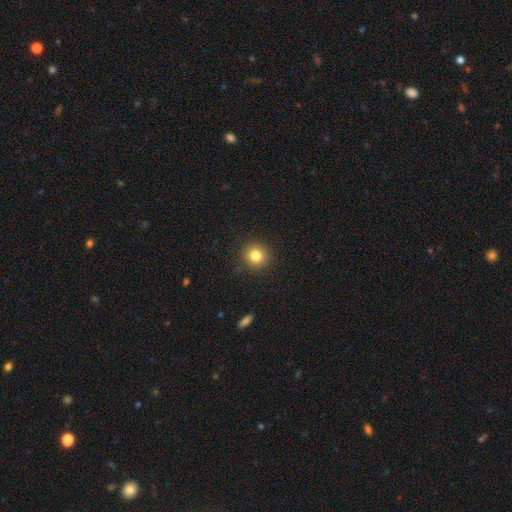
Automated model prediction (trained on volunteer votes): smooth_or_featured: smooth (p=0.82) [alt: star or artifact p=0.11]
how_rounded: round (p=0.92) [alt: in between p=0.07]
merging: none (p=0.90) [alt: minor disturbance p=0.07]